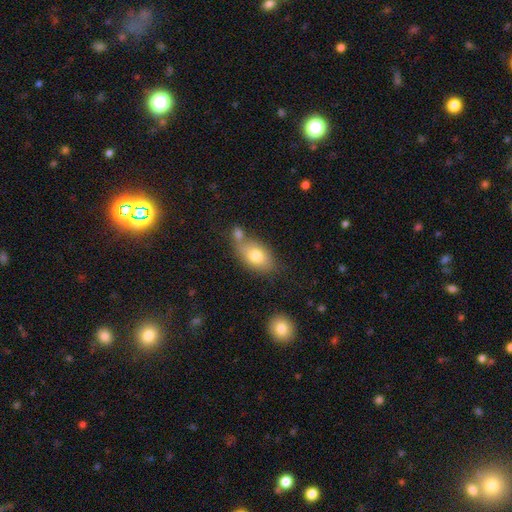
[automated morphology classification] This appears to be a smooth galaxy with no disk features (76%) that is in between round and cigar-shaped (86%). Merging: none (45%).